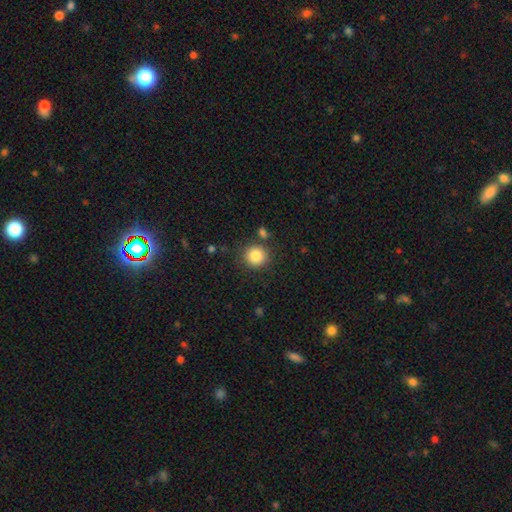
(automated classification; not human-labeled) Smooth or featured? smooth (85%)
How rounded? round (92%)
Merging? none (84%)